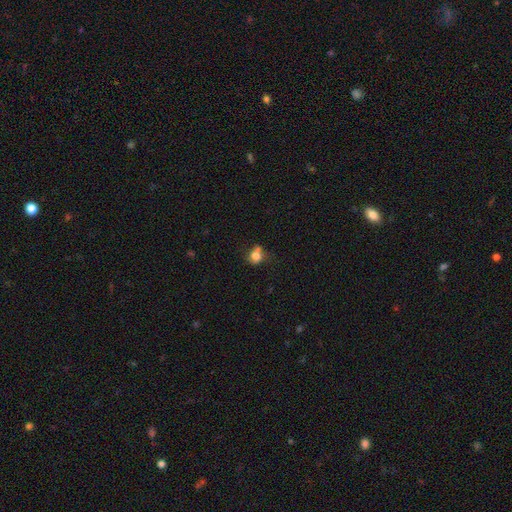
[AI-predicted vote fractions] Smooth or featured: smooth — 72% (featured or disk — 16%)
How rounded: round — 53% (in between — 46%)
Merging: none — 38% (minor disturbance — 28%)